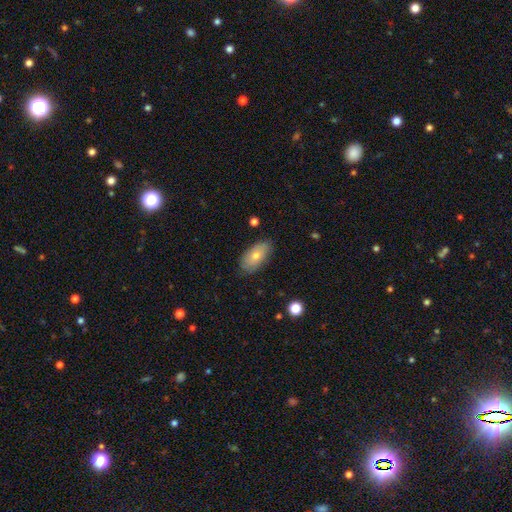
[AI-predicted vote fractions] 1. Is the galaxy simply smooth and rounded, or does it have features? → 65% smooth, 28% featured or disk, 7% star or artifact.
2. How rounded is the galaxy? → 92% in between, 4% round, 4% cigar-shaped.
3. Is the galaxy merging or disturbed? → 81% none, 15% minor disturbance, 3% major disturbance, 1% merger.